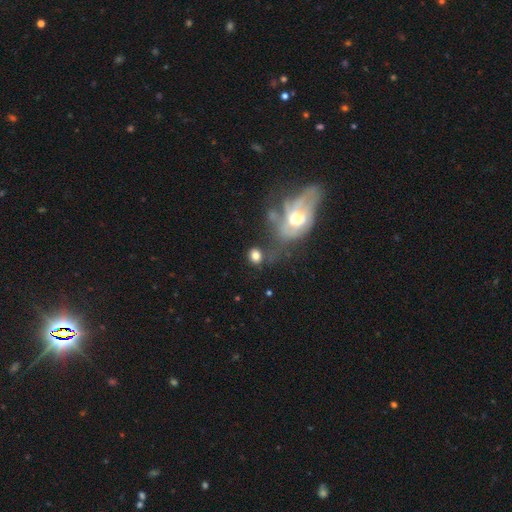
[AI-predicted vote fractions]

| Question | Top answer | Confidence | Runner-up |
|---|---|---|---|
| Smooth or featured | smooth | 71% | featured or disk (18%) |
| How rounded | round | 60% | in between (38%) |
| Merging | none | 50% | merger (18%) |